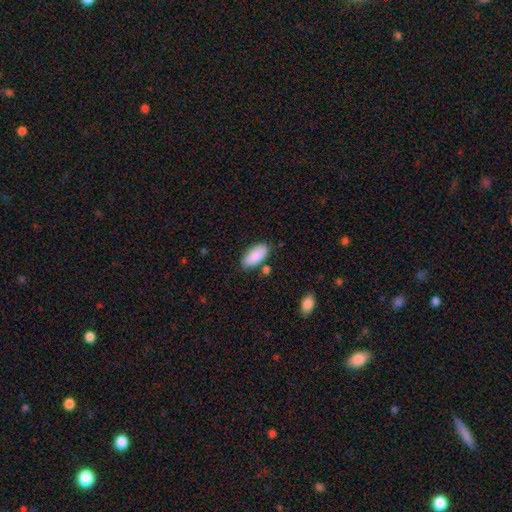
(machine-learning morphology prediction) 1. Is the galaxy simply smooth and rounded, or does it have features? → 88% smooth, 6% star or artifact, 6% featured or disk.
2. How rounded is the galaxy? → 92% in between, 6% cigar-shaped, 2% round.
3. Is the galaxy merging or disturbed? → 79% none, 13% minor disturbance, 5% merger, 3% major disturbance.